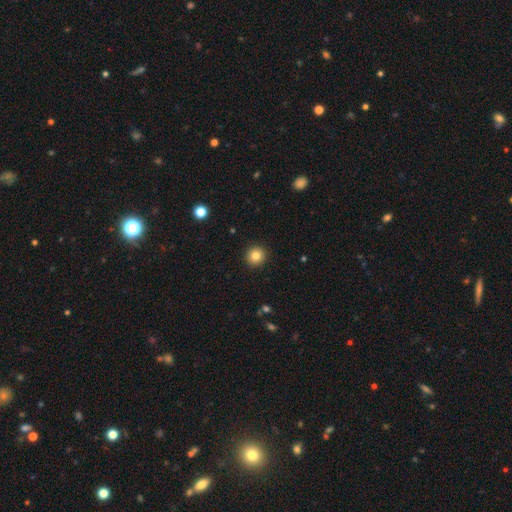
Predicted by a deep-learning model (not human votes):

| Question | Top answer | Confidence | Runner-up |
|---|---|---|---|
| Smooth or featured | smooth | 83% | star or artifact (11%) |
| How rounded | round | 94% | in between (5%) |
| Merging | none | 93% | minor disturbance (5%) |